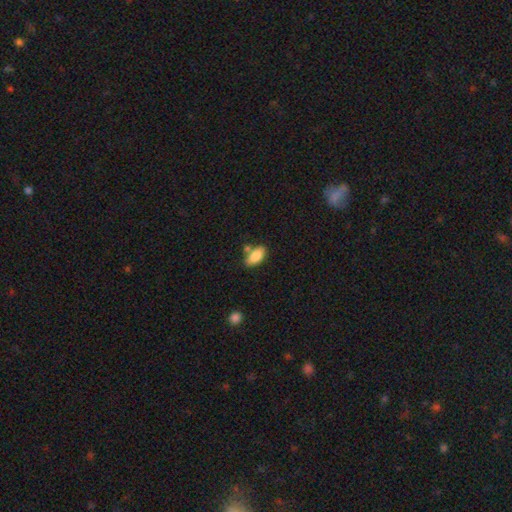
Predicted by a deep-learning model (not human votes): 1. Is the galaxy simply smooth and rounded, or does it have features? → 85% smooth, 8% featured or disk, 7% star or artifact.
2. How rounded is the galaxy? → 87% in between, 10% cigar-shaped, 3% round.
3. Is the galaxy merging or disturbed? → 64% none, 16% minor disturbance, 16% merger, 4% major disturbance.